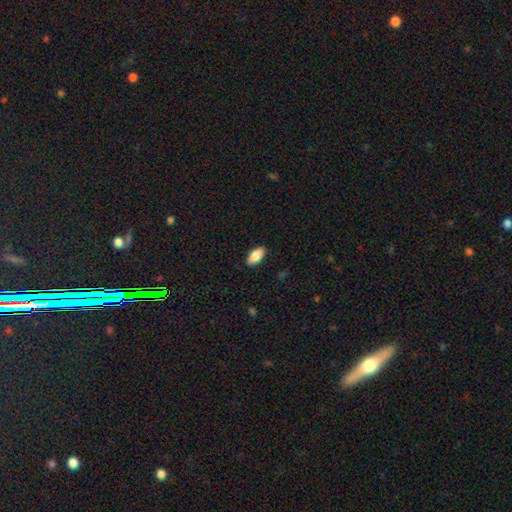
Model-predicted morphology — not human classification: smooth-or-featured: smooth: 86% | featured or disk: 7% | star or artifact: 6%
  how-rounded: in between: 91% | cigar-shaped: 7% | round: 2%
  merging: none: 89% | minor disturbance: 9% | major disturbance: 2% | merger: 1%